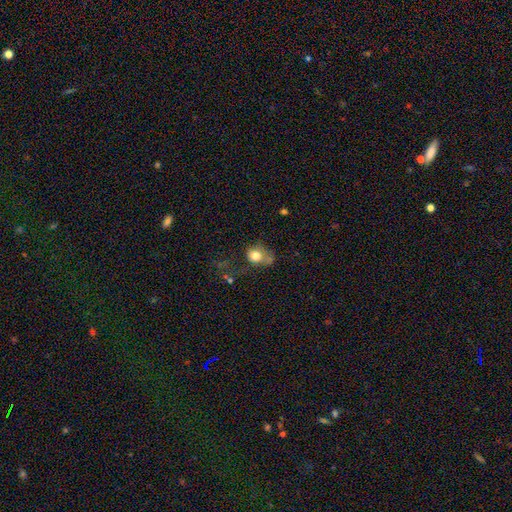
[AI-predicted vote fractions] Smooth or featured: smooth — 76% (featured or disk — 14%)
How rounded: round — 65% (in between — 34%)
Merging: none — 34% (major disturbance — 28%)